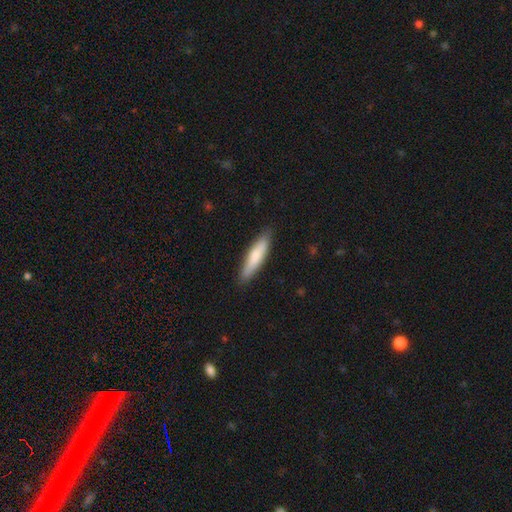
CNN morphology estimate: Smooth or featured? smooth (74%)
How rounded? cigar-shaped (81%)
Merging? none (87%)